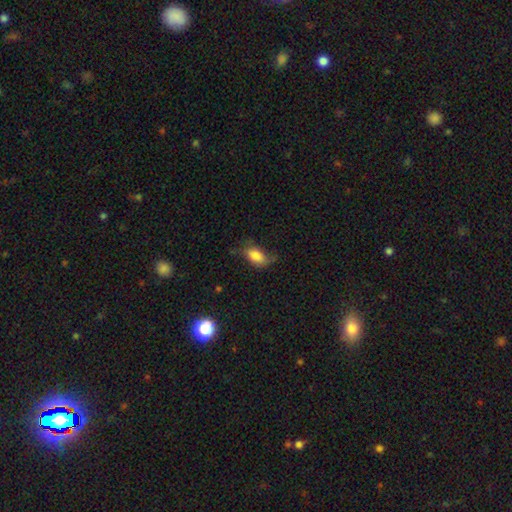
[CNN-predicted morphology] This is likely a smooth galaxy (78%). How rounded: clearly in between (90%). Merging: possibly none (51%).